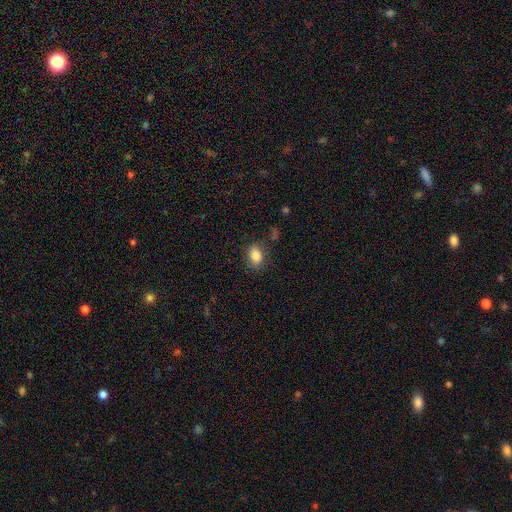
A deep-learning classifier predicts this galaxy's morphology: Q: Smooth or featured?
A: smooth (85%); runner-up: star or artifact (9%)
Q: How rounded?
A: in between (72%); runner-up: round (26%)
Q: Merging?
A: none (78%); runner-up: minor disturbance (15%)